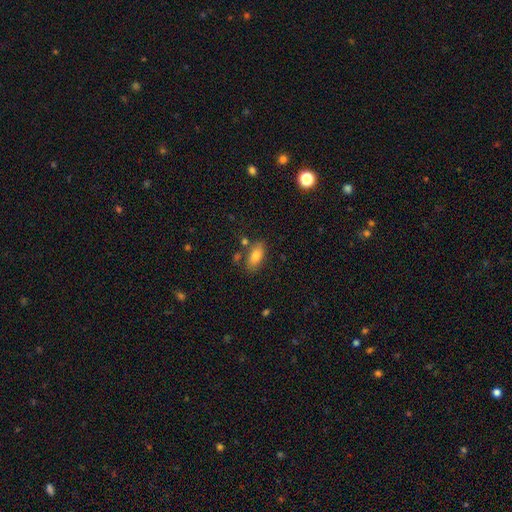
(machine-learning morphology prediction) smooth-or-featured: smooth: 79% | featured or disk: 13% | star or artifact: 8%
  how-rounded: in between: 87% | cigar-shaped: 9% | round: 4%
  merging: none: 74% | minor disturbance: 14% | merger: 8% | major disturbance: 4%